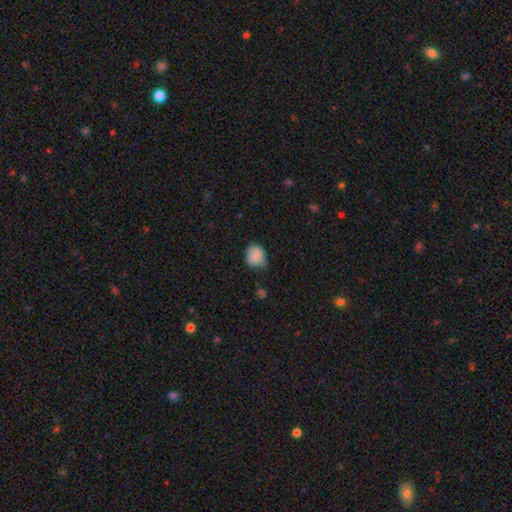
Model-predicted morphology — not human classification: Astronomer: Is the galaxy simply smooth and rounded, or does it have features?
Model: smooth — 82%.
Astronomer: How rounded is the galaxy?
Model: round — 66%.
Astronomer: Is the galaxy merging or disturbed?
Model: none — 59%.